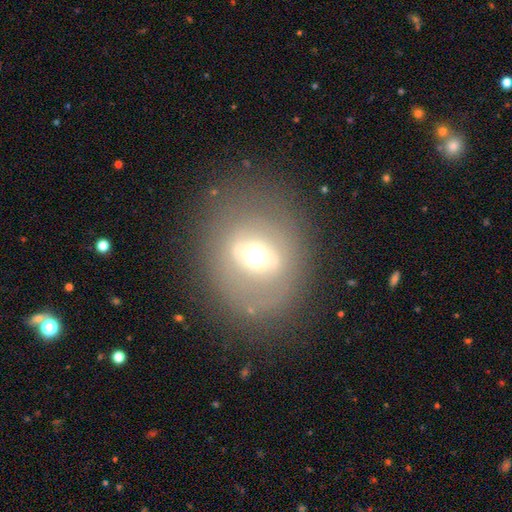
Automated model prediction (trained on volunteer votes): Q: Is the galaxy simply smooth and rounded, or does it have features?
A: featured or disk — 49%.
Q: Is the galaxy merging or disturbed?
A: none — 76%.